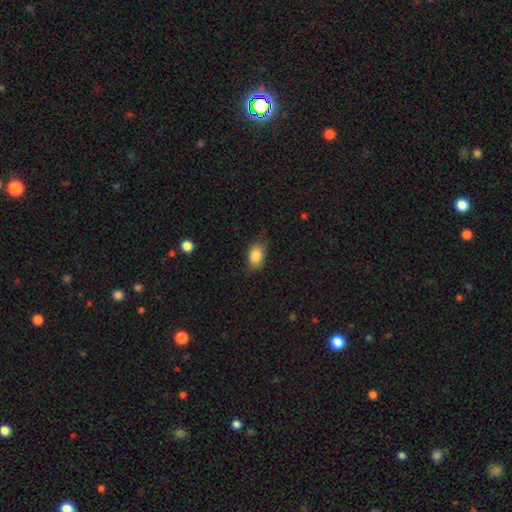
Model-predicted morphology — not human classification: The model was most divided on "merging": none: 72%, minor disturbance: 22%, major disturbance: 5%, merger: 1%. More confident: smooth or featured — smooth (84%); how rounded — in between (82%).